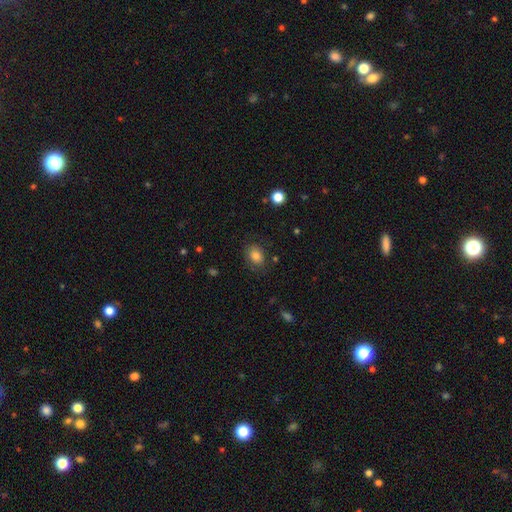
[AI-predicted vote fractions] The model was most divided on "how rounded": in between: 62%, round: 37%, cigar-shaped: 1%. More confident: smooth or featured — smooth (80%); merging — none (75%).